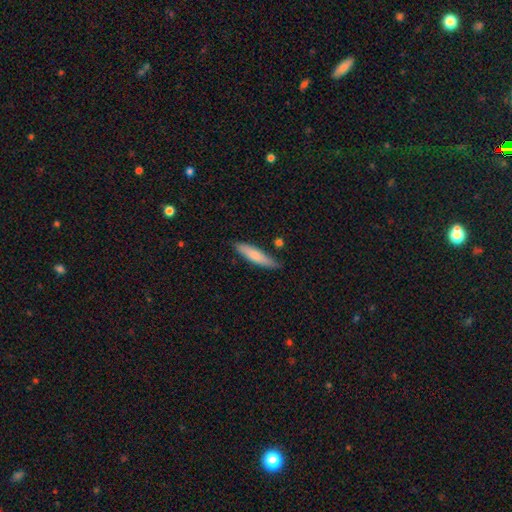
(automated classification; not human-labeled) smooth-or-featured: smooth: 77% | featured or disk: 18% | star or artifact: 5%
  how-rounded: cigar-shaped: 78% | in between: 20% | round: 1%
  merging: none: 79% | minor disturbance: 16% | merger: 3% | major disturbance: 3%